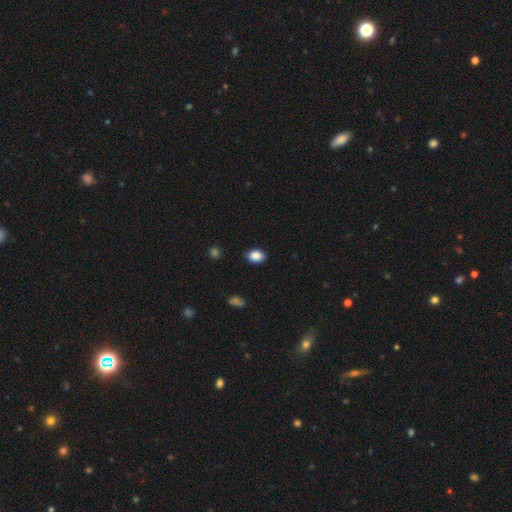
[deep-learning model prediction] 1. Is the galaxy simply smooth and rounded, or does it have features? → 88% smooth, 8% star or artifact, 4% featured or disk.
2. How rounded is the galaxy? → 74% in between, 25% round, 1% cigar-shaped.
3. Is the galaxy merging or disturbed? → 87% none, 10% minor disturbance, 2% major disturbance, 1% merger.